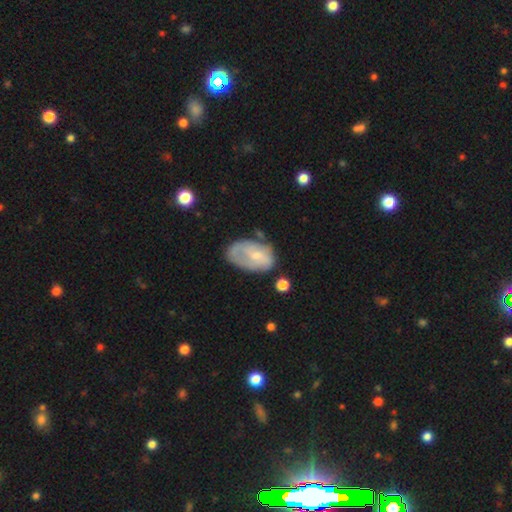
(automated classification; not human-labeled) smooth 47%, featured or disk 46%, star or artifact 7%. Down the decision tree: merging — none (40%).